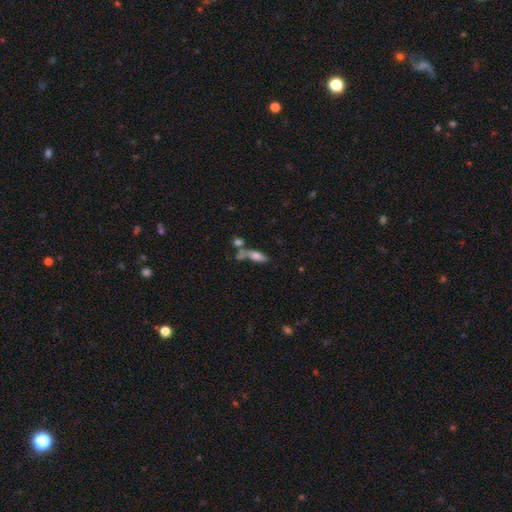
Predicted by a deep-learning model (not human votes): smooth-or-featured: smooth: 65% | featured or disk: 24% | star or artifact: 10%
  how-rounded: in between: 58% | cigar-shaped: 38% | round: 4%
  merging: none: 41% | merger: 33% | minor disturbance: 16% | major disturbance: 10%